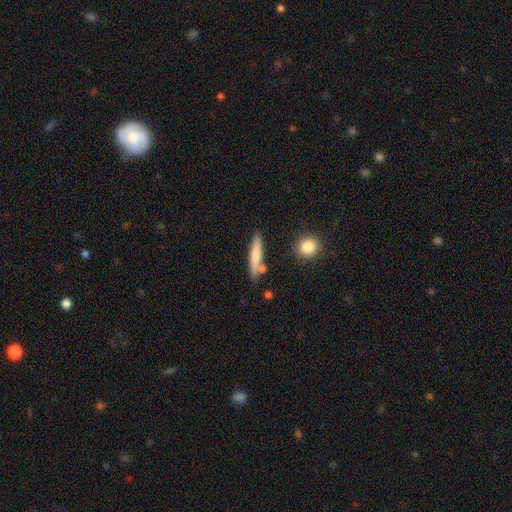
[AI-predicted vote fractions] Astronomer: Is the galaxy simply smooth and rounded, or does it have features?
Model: smooth — 70%.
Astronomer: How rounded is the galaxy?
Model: cigar-shaped — 87%.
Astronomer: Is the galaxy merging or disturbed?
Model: none — 76%.